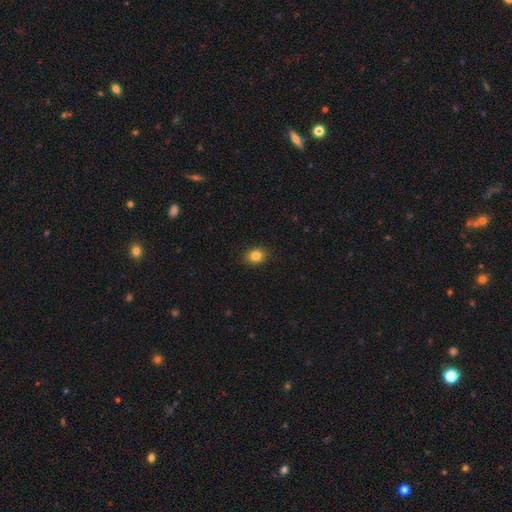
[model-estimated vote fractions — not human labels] Smooth or featured? smooth (84%)
How rounded? in between (52%)
Merging? none (88%)